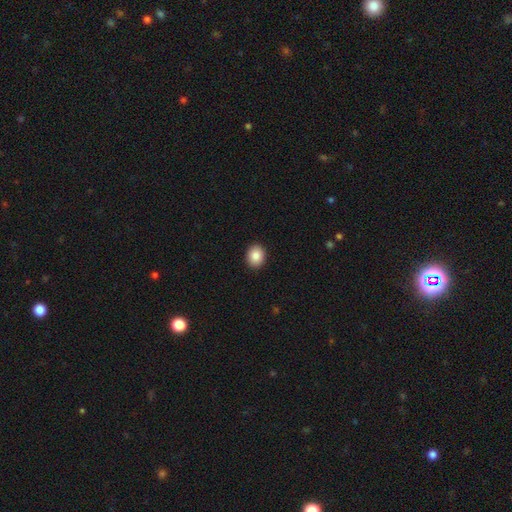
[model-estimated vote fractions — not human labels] Overall: smooth (87%). How rounded: round (57%; in between 42%). Merging: none (92%).